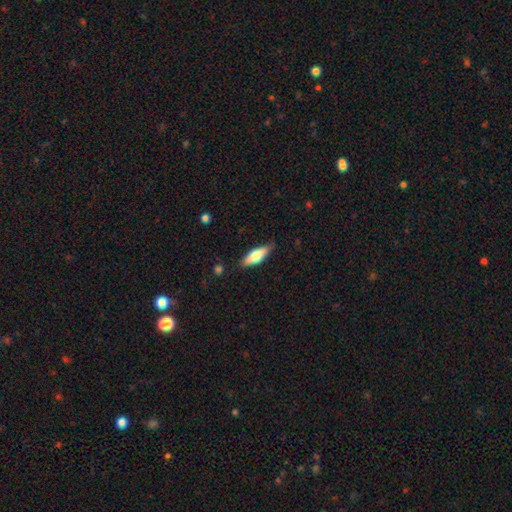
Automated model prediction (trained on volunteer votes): The model was most divided on "how rounded": in between: 57%, cigar-shaped: 40%, round: 2%. More confident: merging — none (83%); smooth or featured — smooth (56%).